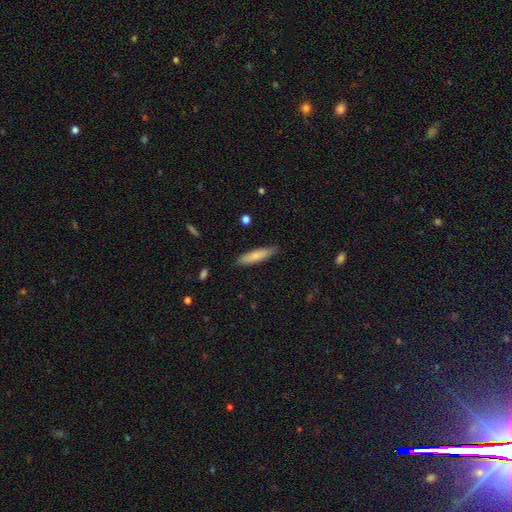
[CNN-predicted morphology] smooth 78%, featured or disk 17%, star or artifact 6%. Down the decision tree: how rounded — cigar-shaped (80%); merging — none (86%).